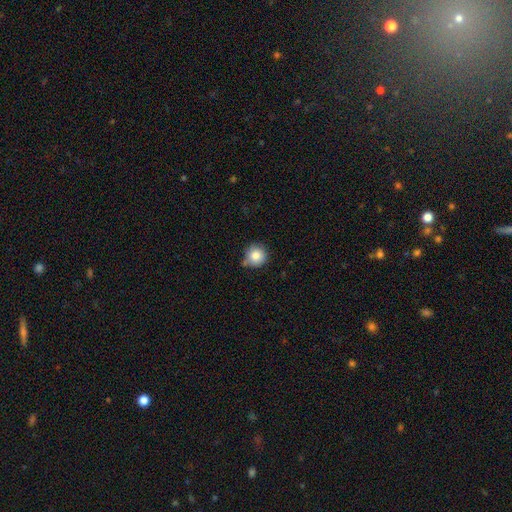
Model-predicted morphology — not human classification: type=smooth (84%); roundness=round (94%); merging=none (67%).